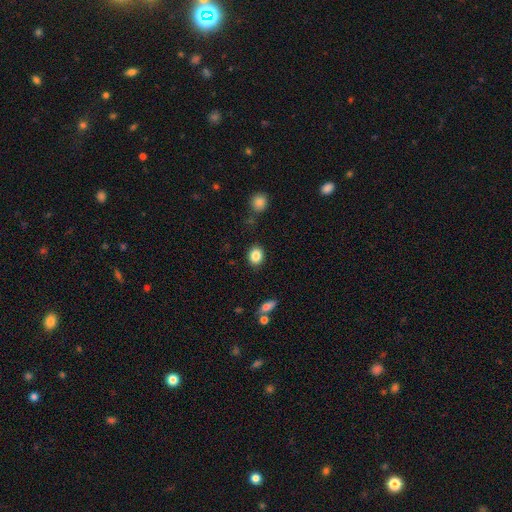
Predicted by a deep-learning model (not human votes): A smooth galaxy with no disk features (86%) that is round (52%). Merging: none (86%).